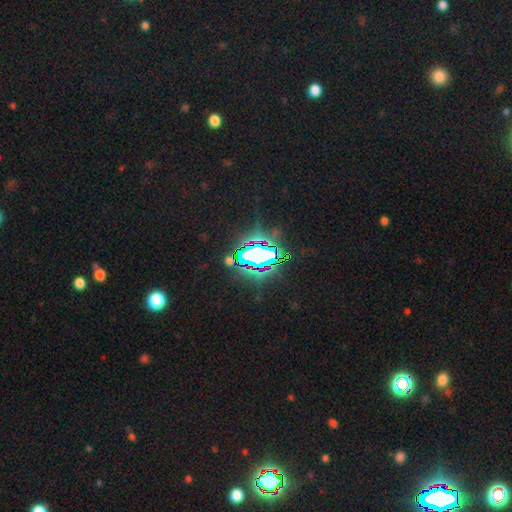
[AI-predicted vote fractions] This is likely a star or artifact rather than a galaxy (73%).